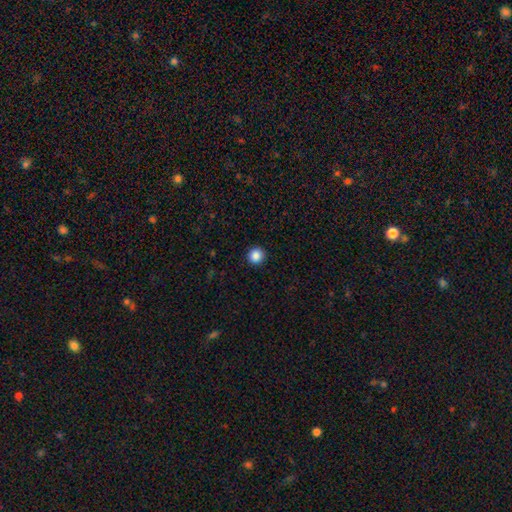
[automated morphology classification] This appears to be a smooth galaxy with no disk features (87%) that is round (94%). Merging: none (93%).